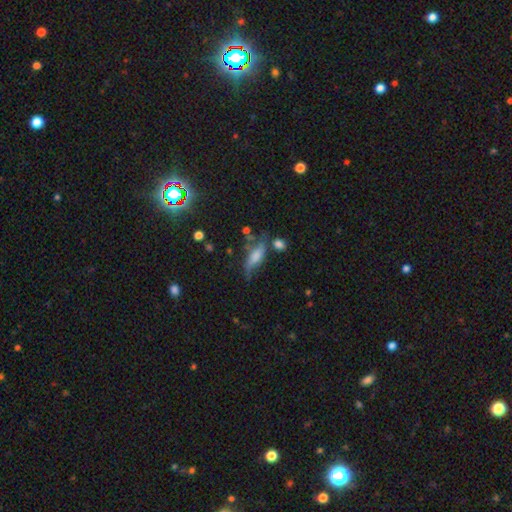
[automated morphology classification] type=smooth (43%); merging=none (46%).